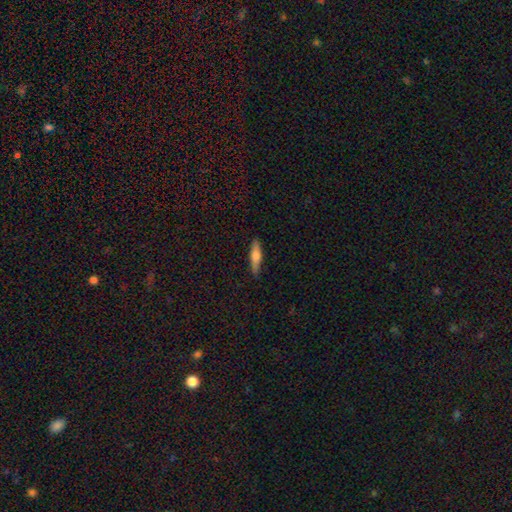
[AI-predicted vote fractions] The model was most divided on "smooth or featured": smooth: 58%, featured or disk: 36%, star or artifact: 6%. More confident: merging — none (87%); how rounded — cigar-shaped (78%).